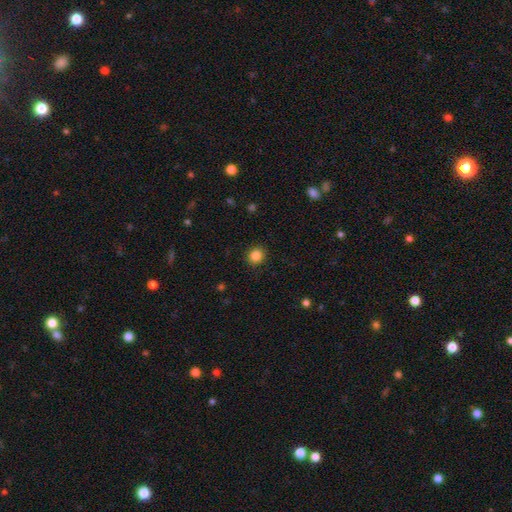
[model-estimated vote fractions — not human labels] This appears to be a smooth galaxy with no disk features (85%) that is round (85%). Merging: none (90%).